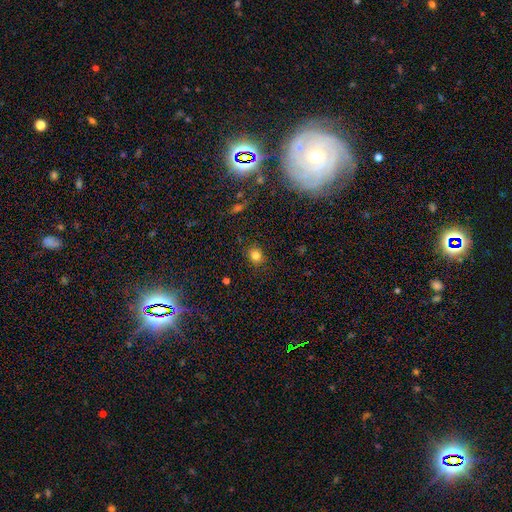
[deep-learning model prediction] Morphology: type=smooth (81%); roundness=round (78%); merging=none (88%).